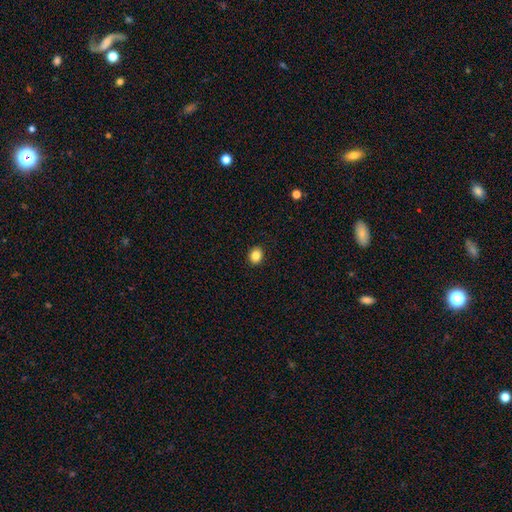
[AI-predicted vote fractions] A smooth galaxy with no disk features (85%) that is round (68%).

Vote fractions:
- Smooth or featured? smooth: 85% / star or artifact: 10% / featured or disk: 5%
- How rounded? round: 68% / in between: 31% / cigar-shaped: 1%
- Merging? none: 91% / minor disturbance: 6% / major disturbance: 2% / merger: 1%